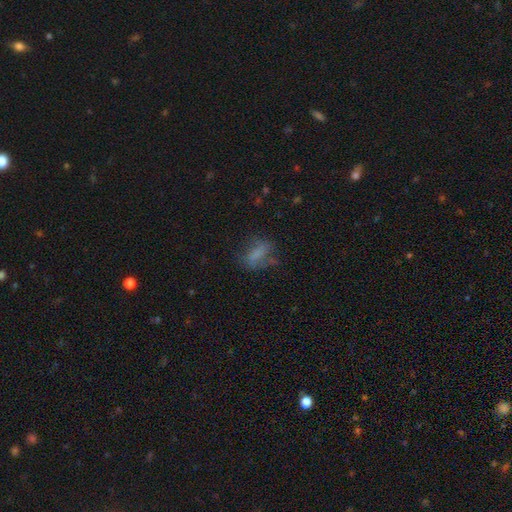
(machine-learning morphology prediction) type=smooth (63%); roundness=in between (74%); merging=none (53%).